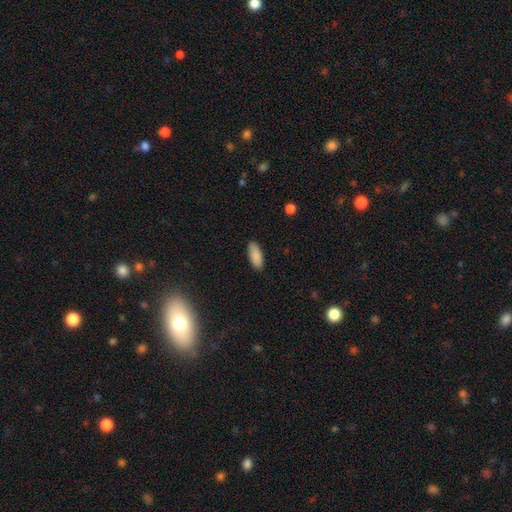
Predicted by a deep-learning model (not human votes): Smooth or featured? Predicted: smooth (p=0.89). How rounded? Predicted: in between (p=0.81). Merging? Predicted: none (p=0.89).